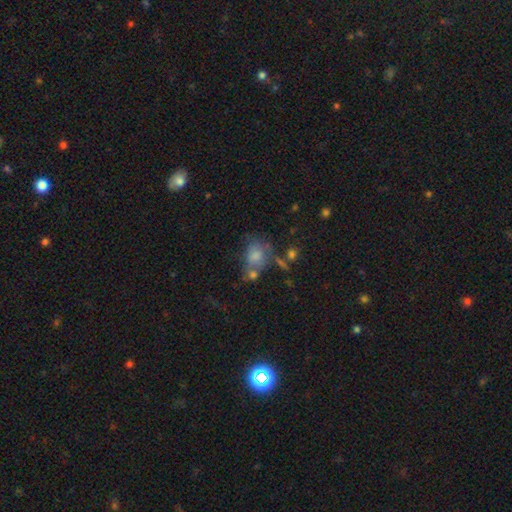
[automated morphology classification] A smooth galaxy with no disk features (67%) that is in between round and cigar-shaped (61%).

Vote fractions:
- Smooth or featured? smooth: 67% / featured or disk: 21% / star or artifact: 12%
- How rounded? in between: 61% / round: 37% / cigar-shaped: 2%
- Merging? none: 32% / merger: 27% / minor disturbance: 22% / major disturbance: 20%